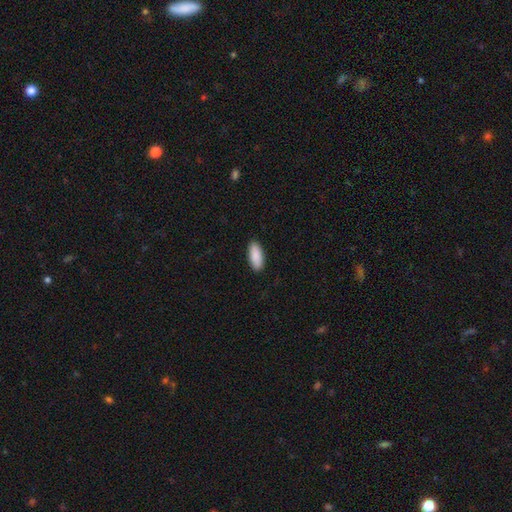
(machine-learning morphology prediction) smooth-or-featured: smooth: 90% | star or artifact: 5% | featured or disk: 4%
  how-rounded: in between: 82% | cigar-shaped: 17% | round: 2%
  merging: none: 90% | minor disturbance: 7% | major disturbance: 2% | merger: 1%